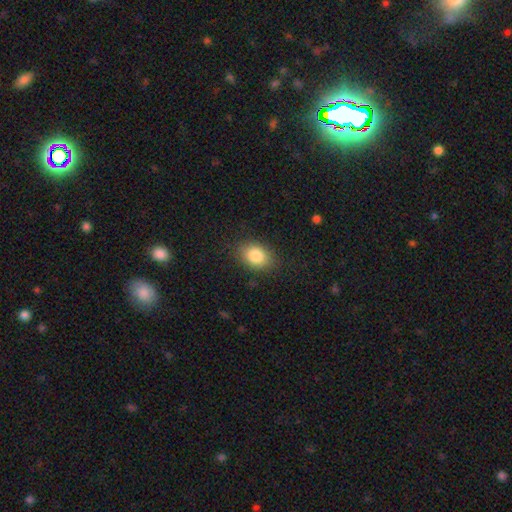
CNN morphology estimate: Overall: smooth (84%). How rounded: in between (75%). Merging: none (86%).